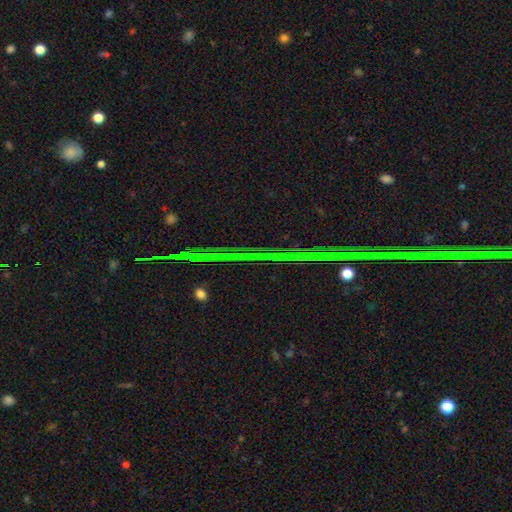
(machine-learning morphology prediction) This is clearly a star or artifact rather than a galaxy (85%).